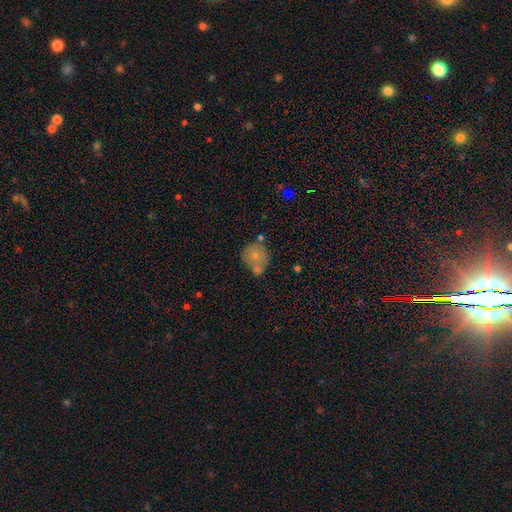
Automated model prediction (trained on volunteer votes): This is likely a smooth galaxy (72%). How rounded: likely round (78%). Merging: marginally none (43%).